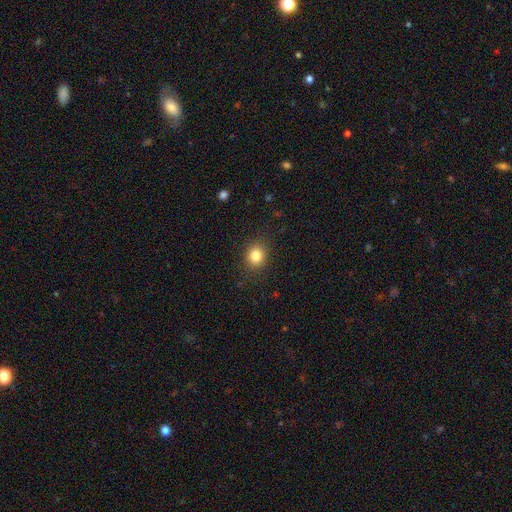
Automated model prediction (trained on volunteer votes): Smooth or featured? smooth (83%)
How rounded? round (68%)
Merging? none (87%)